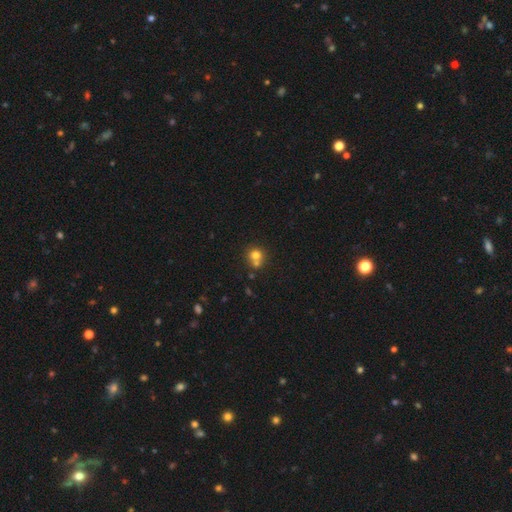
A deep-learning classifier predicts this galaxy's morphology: The model was most divided on "merging": none: 49%, merger: 40%, minor disturbance: 8%, major disturbance: 3%. More confident: how rounded — round (87%); smooth or featured — smooth (74%).